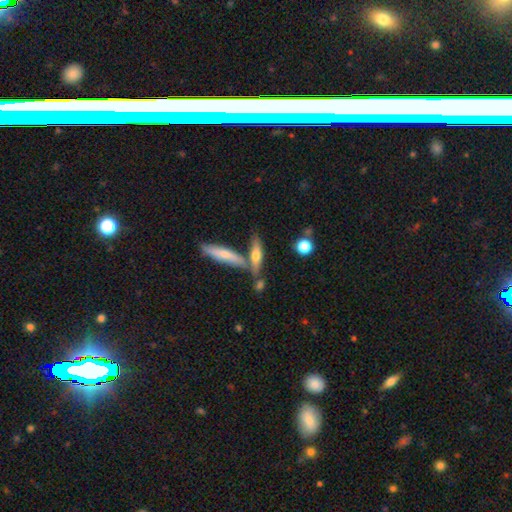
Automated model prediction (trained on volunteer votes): A smooth galaxy with no disk features (54%) that is cigar-shaped (66%). Merging: none (56%).